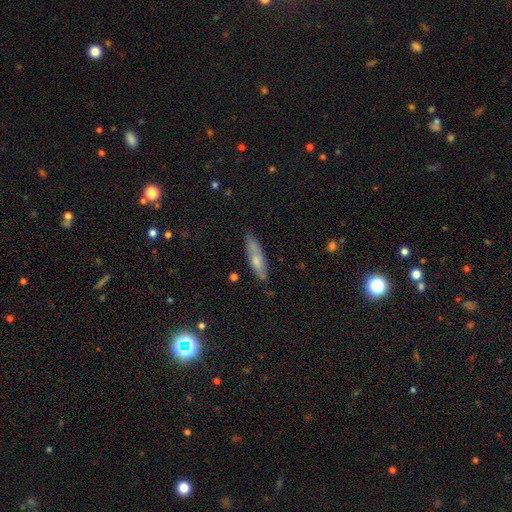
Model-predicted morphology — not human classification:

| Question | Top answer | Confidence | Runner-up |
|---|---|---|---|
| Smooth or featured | smooth | 51% | featured or disk (39%) |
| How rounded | cigar-shaped | 64% | in between (34%) |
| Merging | none | 77% | minor disturbance (18%) |